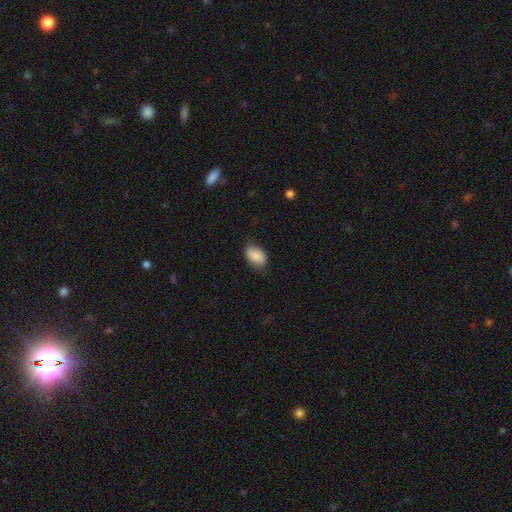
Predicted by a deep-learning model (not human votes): smooth 87%, star or artifact 7%, featured or disk 6%. Down the decision tree: how rounded — in between (89%); merging — none (76%).